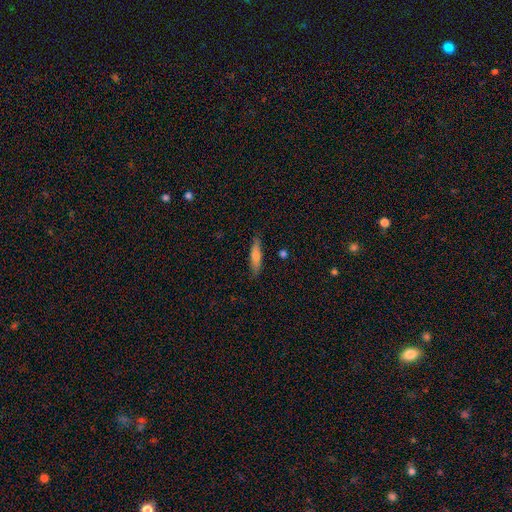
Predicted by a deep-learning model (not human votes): A smooth galaxy with no disk features (67%) that is cigar-shaped (76%). Merging: none (84%).